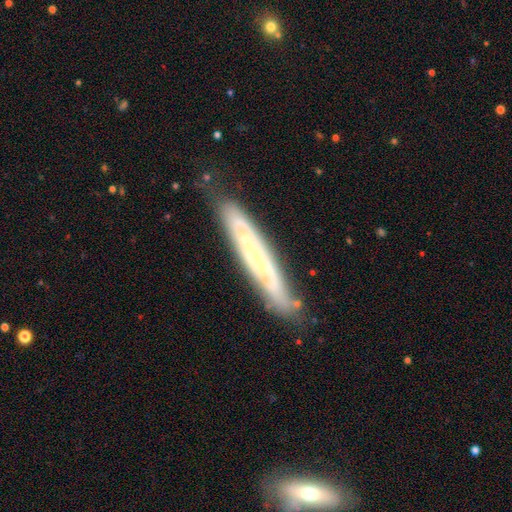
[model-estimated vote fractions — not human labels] A featured or disk galaxy (68%) viewed edge-on (59%). Merging: none (77%).